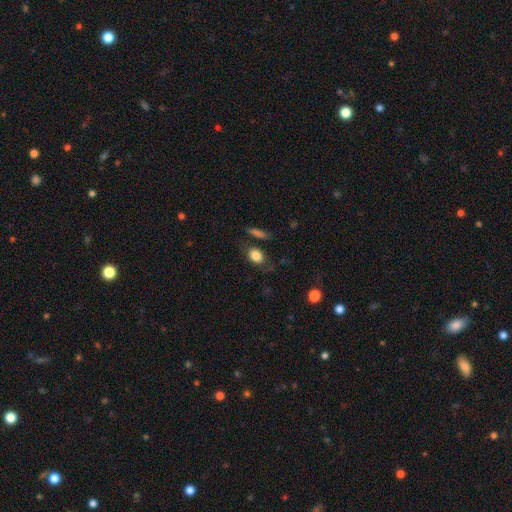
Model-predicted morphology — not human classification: This appears to be a smooth galaxy with no disk features (84%) that is in between round and cigar-shaped (61%). Merging: none (70%).